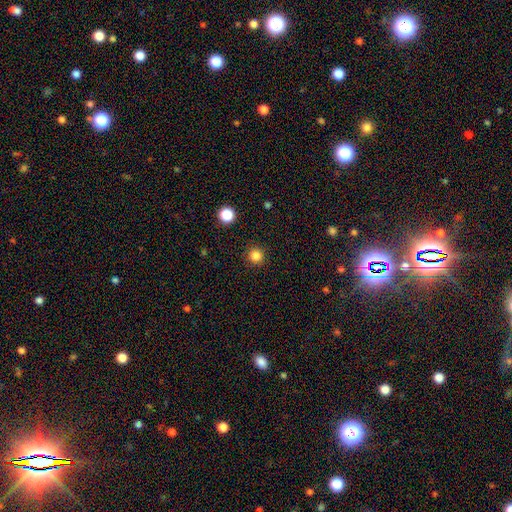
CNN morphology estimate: Overall: smooth (83%). How rounded: round (96%). Merging: none (92%).